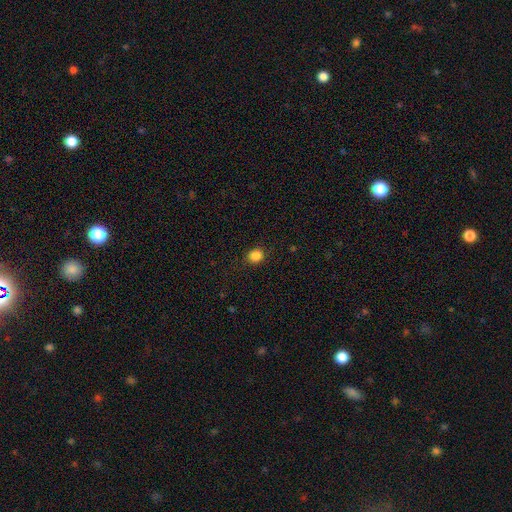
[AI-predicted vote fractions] A smooth galaxy with no disk features (86%) that is round (76%). Merging: none (89%).